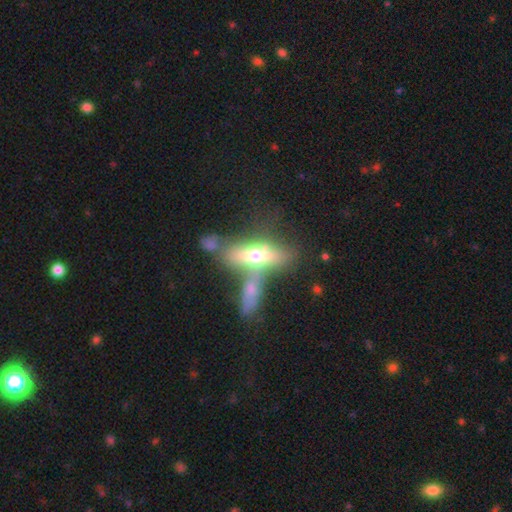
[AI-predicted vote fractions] Smooth or featured?
  - featured or disk: 46% *
  - smooth: 44%
  - star or artifact: 10%
Merging?
  - merger: 43% *
  - none: 31%
  - major disturbance: 14%
  - minor disturbance: 12%